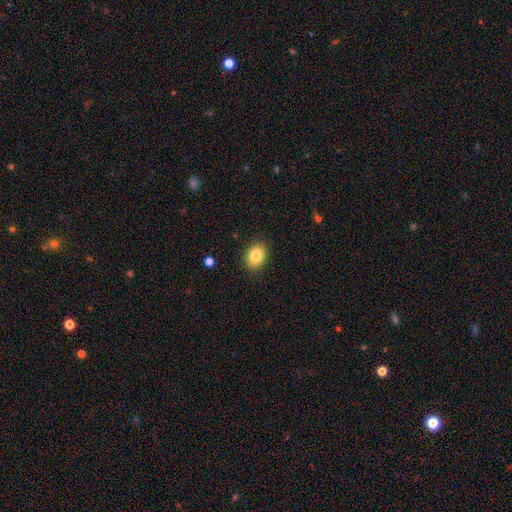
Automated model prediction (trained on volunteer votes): This is clearly a smooth galaxy (85%). How rounded: likely in between (68%). Merging: clearly none (87%).